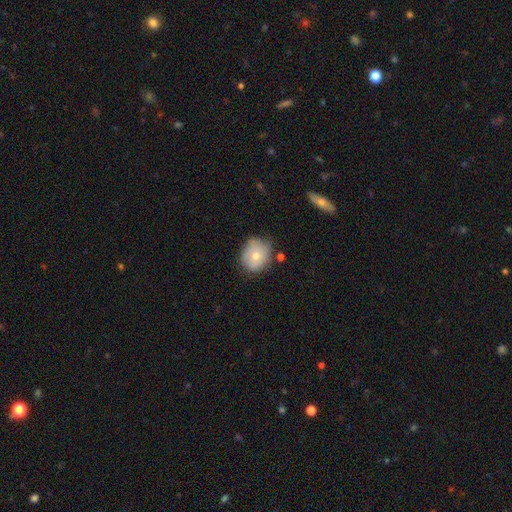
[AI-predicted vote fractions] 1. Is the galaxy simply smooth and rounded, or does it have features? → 68% smooth, 24% featured or disk, 8% star or artifact.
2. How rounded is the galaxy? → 72% round, 27% in between, 1% cigar-shaped.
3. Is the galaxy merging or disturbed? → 62% none, 28% minor disturbance, 6% major disturbance, 4% merger.